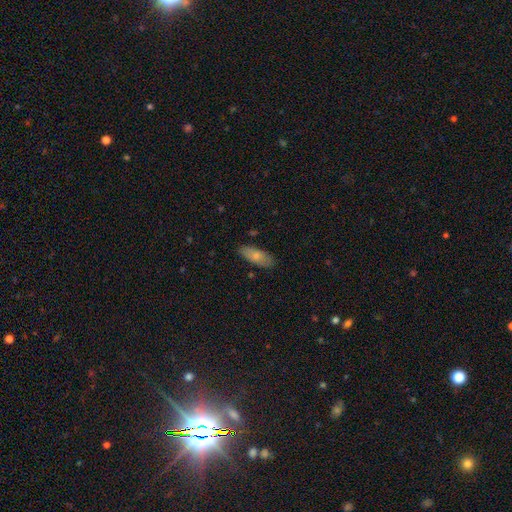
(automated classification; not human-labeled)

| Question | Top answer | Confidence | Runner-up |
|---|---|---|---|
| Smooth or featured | smooth | 76% | featured or disk (18%) |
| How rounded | in between | 79% | cigar-shaped (19%) |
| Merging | none | 82% | minor disturbance (14%) |